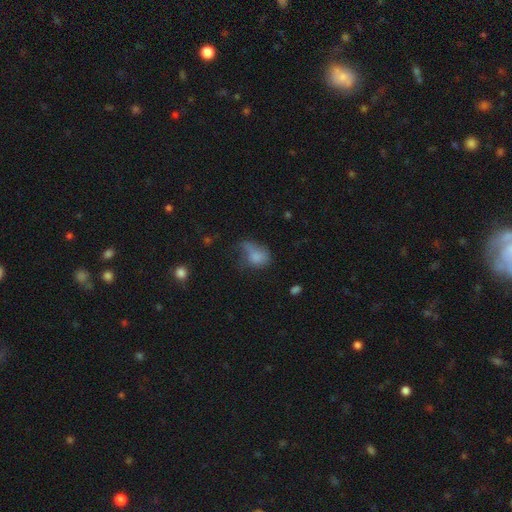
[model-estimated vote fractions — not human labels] Smooth or featured? smooth (71%)
How rounded? in between (74%)
Merging? major disturbance (44%)